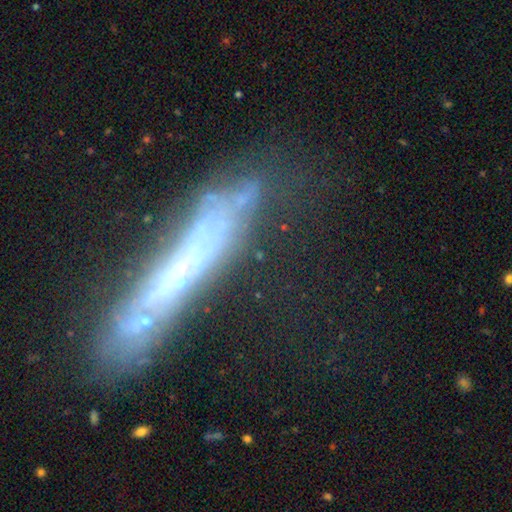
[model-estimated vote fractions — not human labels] A featured or disk galaxy (52%) viewed edge-on (62%).

Vote fractions:
- Smooth or featured? featured or disk: 52% / smooth: 27% / star or artifact: 21%
- Edge-on disk? yes: 62% / no: 38%
- Merging? none: 60% / minor disturbance: 19% / major disturbance: 12% / merger: 8%